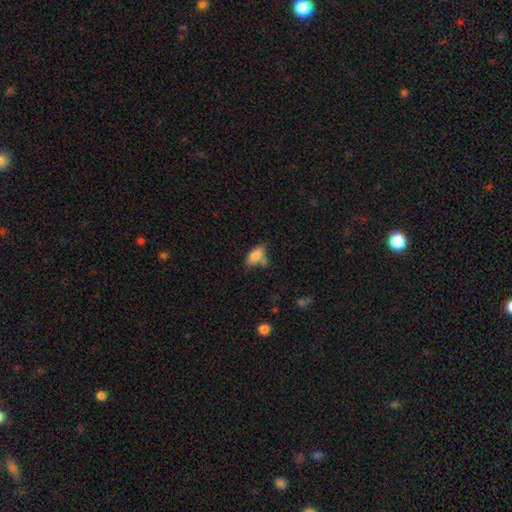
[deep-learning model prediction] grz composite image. It shows a smooth galaxy with no disk features (83%) that is in between round and cigar-shaped (87%). Merging: none (50%).